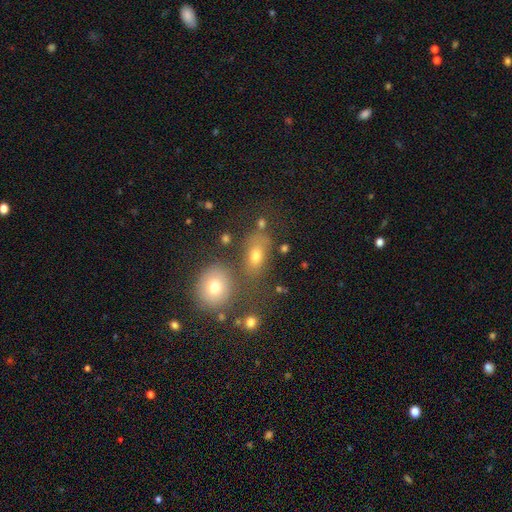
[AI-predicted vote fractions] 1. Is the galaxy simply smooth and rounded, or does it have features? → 67% smooth, 17% star or artifact, 16% featured or disk.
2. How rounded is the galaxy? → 71% in between, 26% round, 3% cigar-shaped.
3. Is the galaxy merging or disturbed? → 59% none, 17% merger, 15% minor disturbance, 9% major disturbance.